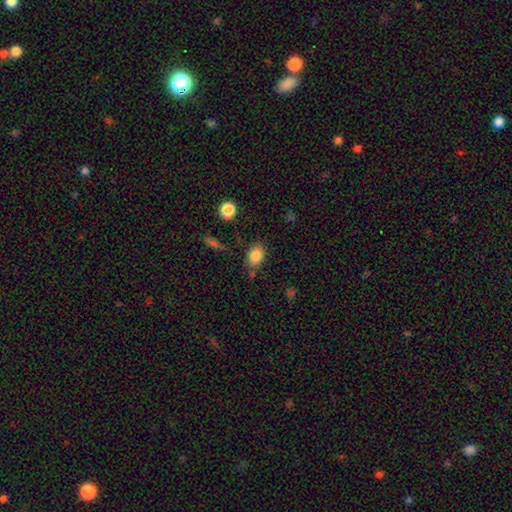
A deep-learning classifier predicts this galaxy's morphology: A smooth galaxy with no disk features (83%) that is in between round and cigar-shaped (69%). Merging: none (75%).